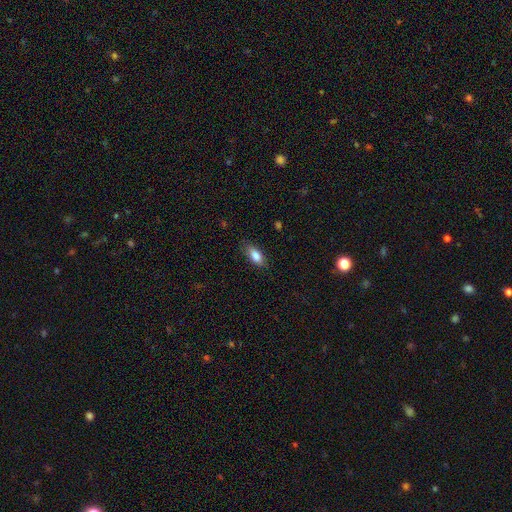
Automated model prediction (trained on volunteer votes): Overall: smooth (85%). How rounded: in between (84%). Merging: none (83%).